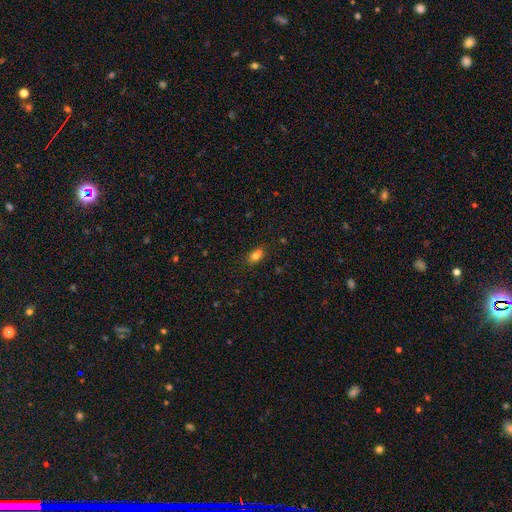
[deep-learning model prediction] Overall: smooth (73%). How rounded: in between (58%; round 39%). Merging: none (44%; merger 38%).